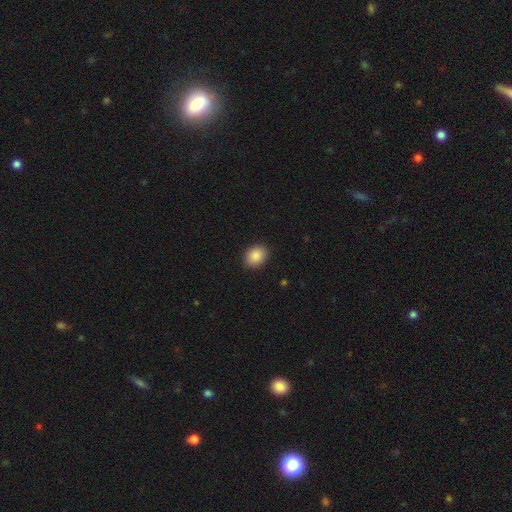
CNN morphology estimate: This appears to be a smooth galaxy with no disk features (88%) that is in between round and cigar-shaped (55%). Merging: none (90%).